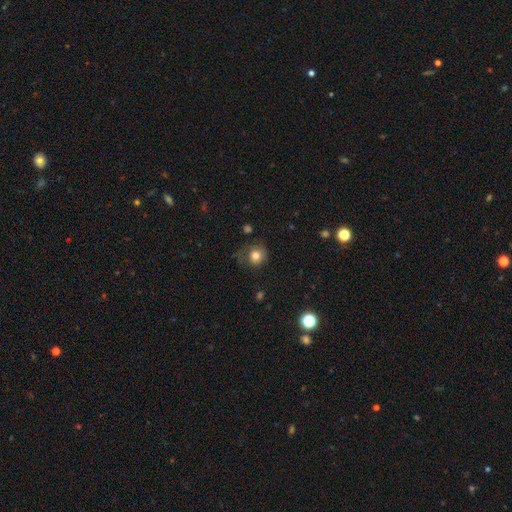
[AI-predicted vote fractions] Smooth or featured? smooth (78%)
How rounded? round (87%)
Merging? none (65%)